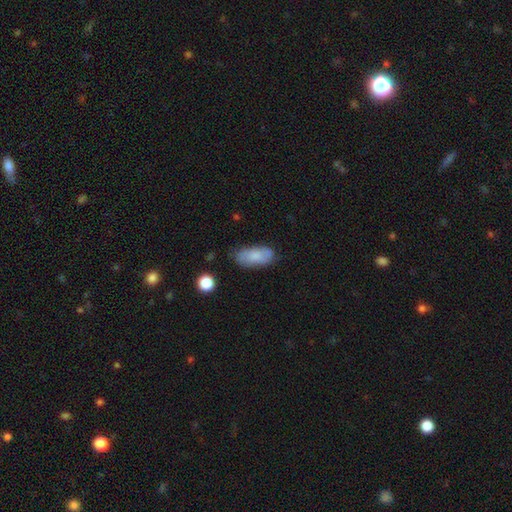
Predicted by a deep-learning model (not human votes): This appears to be a smooth galaxy with no disk features (74%) that is in between round and cigar-shaped (89%). Merging: none (70%).